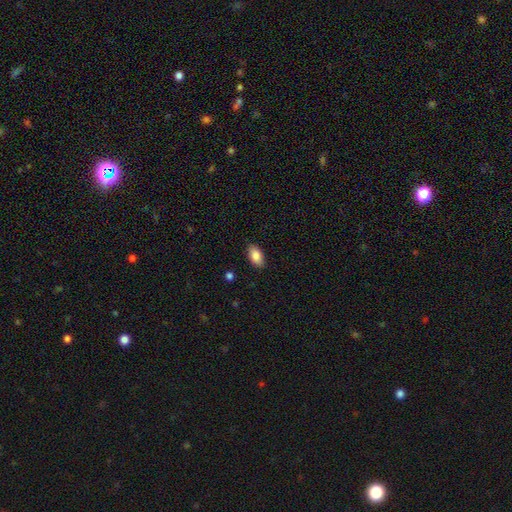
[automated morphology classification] smooth-or-featured: smooth: 86% | star or artifact: 7% | featured or disk: 7%
  how-rounded: in between: 92% | round: 4% | cigar-shaped: 4%
  merging: none: 86% | minor disturbance: 10% | major disturbance: 2% | merger: 1%